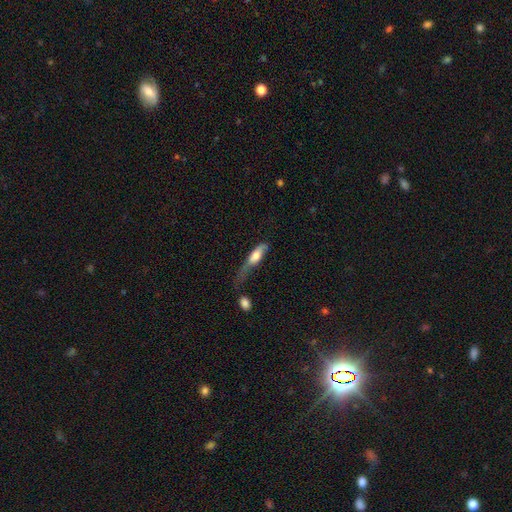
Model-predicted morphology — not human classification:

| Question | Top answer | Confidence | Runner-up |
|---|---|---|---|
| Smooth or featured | smooth | 61% | featured or disk (32%) |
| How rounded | in between | 53% | cigar-shaped (44%) |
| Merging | major disturbance | 45% | minor disturbance (24%) |